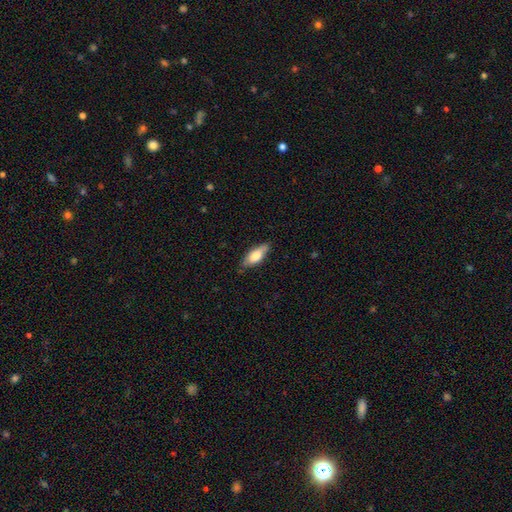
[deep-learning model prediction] smooth-or-featured: smooth: 71% | featured or disk: 23% | star or artifact: 6%
  how-rounded: in between: 70% | cigar-shaped: 27% | round: 2%
  merging: none: 76% | minor disturbance: 20% | major disturbance: 3% | merger: 1%